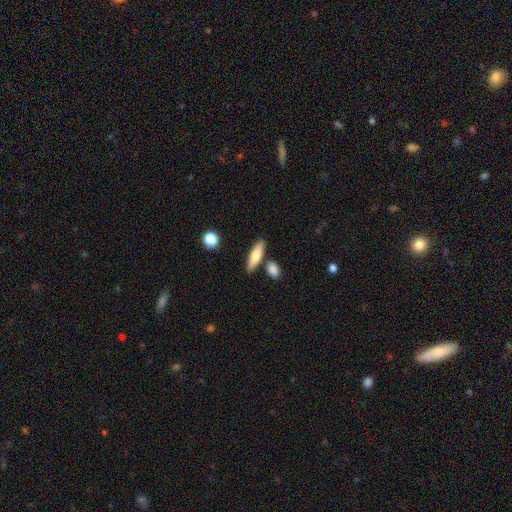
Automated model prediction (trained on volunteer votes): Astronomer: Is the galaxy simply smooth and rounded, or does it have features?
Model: smooth — 74%.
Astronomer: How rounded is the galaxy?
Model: cigar-shaped — 52% (runner-up: in between, 45%).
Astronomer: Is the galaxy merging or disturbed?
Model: none — 78%.